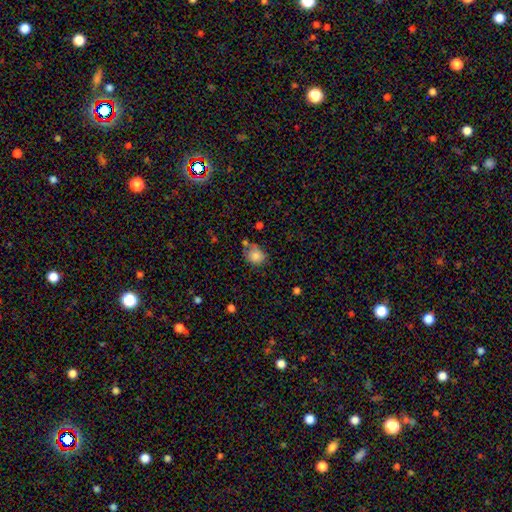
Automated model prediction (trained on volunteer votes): Q: Smooth or featured?
A: smooth (83%); runner-up: star or artifact (10%)
Q: How rounded?
A: round (66%); runner-up: in between (33%)
Q: Merging?
A: none (61%); runner-up: minor disturbance (21%)